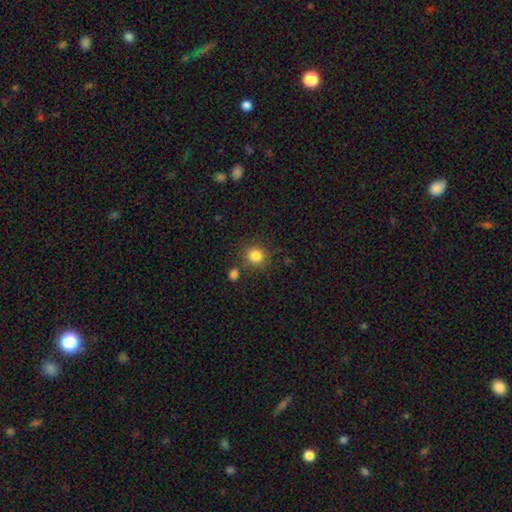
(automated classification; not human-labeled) Smooth or featured? smooth (83%)
How rounded? round (90%)
Merging? none (81%)